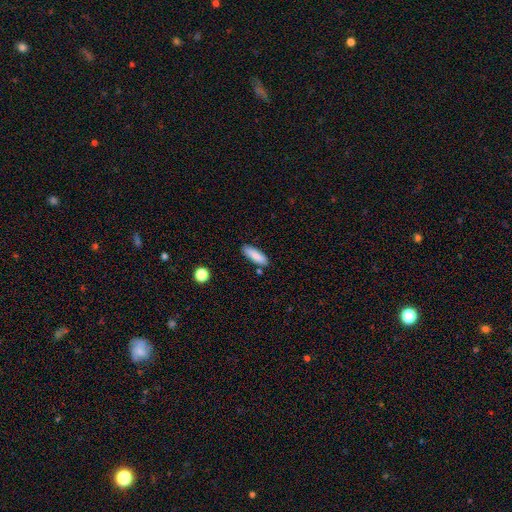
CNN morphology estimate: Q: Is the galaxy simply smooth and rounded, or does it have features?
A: smooth — 85%.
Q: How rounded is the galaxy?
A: in between — 52%.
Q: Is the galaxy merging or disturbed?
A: none — 82%.